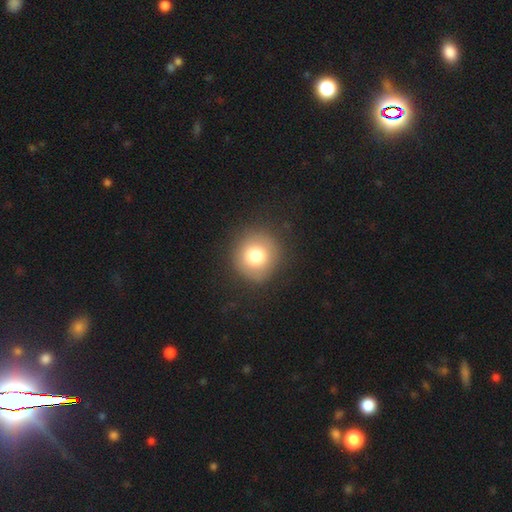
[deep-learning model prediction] Smooth or featured: smooth — 76% (featured or disk — 13%)
How rounded: round — 93% (in between — 6%)
Merging: none — 86% (minor disturbance — 9%)